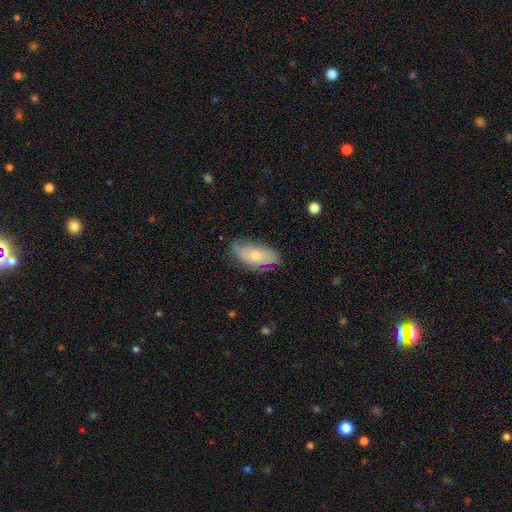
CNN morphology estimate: This is likely a smooth galaxy (73%). How rounded: clearly in between (89%). Merging: likely none (73%).